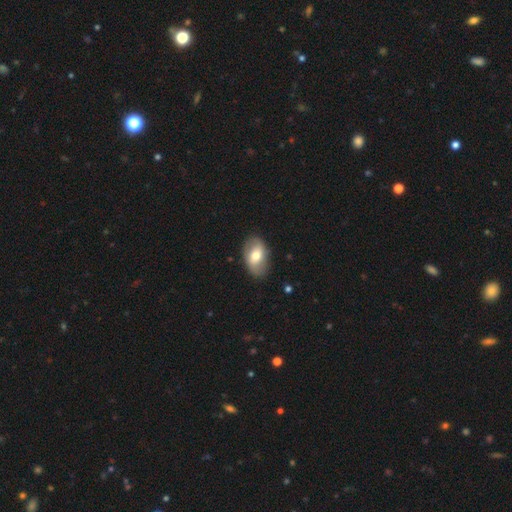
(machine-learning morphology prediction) Smooth or featured?
  - smooth: 60% *
  - featured or disk: 34%
  - star or artifact: 6%
How rounded?
  - in between: 89% *
  - round: 9%
  - cigar-shaped: 2%
Merging?
  - none: 81% *
  - minor disturbance: 14%
  - major disturbance: 4%
  - merger: 1%